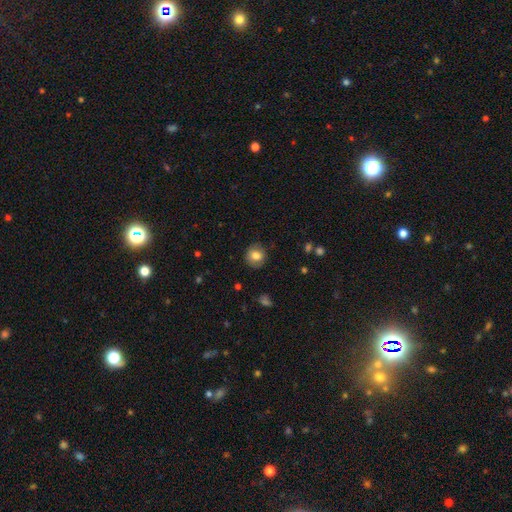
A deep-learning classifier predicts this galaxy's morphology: Smooth or featured: smooth — 81% (featured or disk — 10%)
How rounded: round — 86% (in between — 13%)
Merging: none — 86% (minor disturbance — 10%)